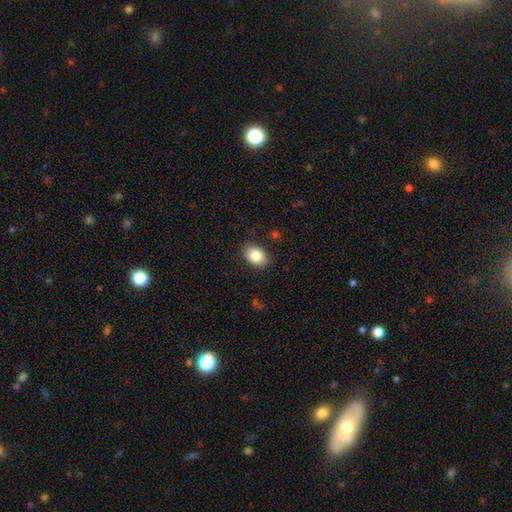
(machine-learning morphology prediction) Overall: smooth (85%). How rounded: in between (75%). Merging: none (85%).